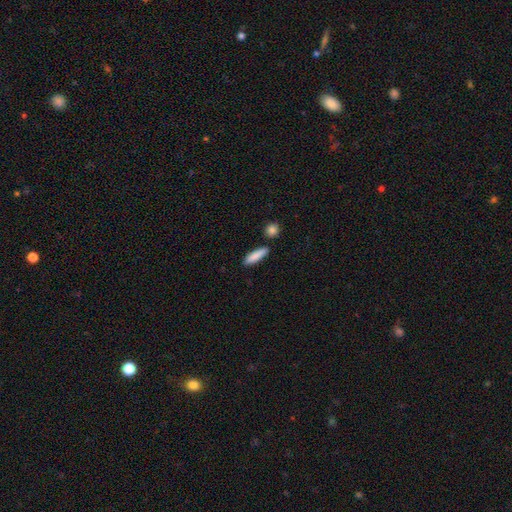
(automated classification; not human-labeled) This is clearly a smooth galaxy (86%). How rounded: likely cigar-shaped (67%). Merging: clearly none (84%).